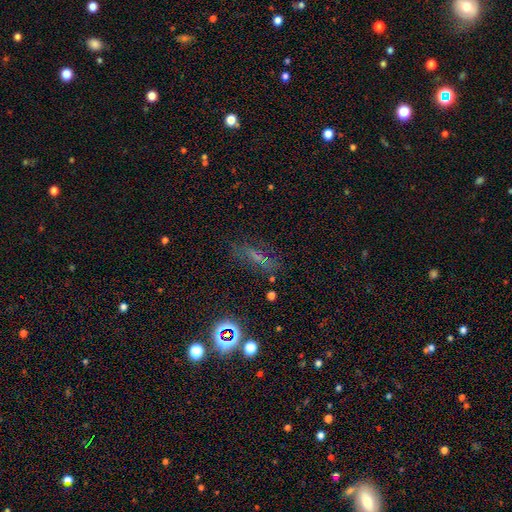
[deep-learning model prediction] Smooth or featured?
  - smooth: 39% *
  - star or artifact: 33%
  - featured or disk: 29%
Merging?
  - none: 67% *
  - minor disturbance: 18%
  - major disturbance: 11%
  - merger: 4%